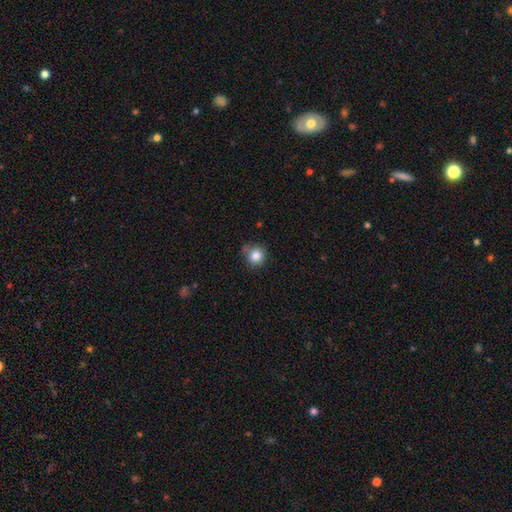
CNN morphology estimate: A smooth galaxy with no disk features (83%) that is round (92%). Merging: none (72%).